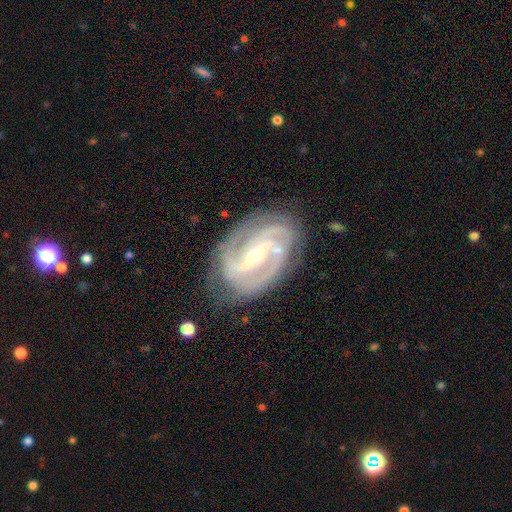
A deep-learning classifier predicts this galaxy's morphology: featured or disk 92%, star or artifact 4%, smooth 3%. Down the decision tree: edge-on disk — no (97%); bar — strong (41%); spiral arms — yes (98%); spiral arm count — 2 (41%); spiral winding — tight (47%); bulge size — small (57%); merging — none (77%).